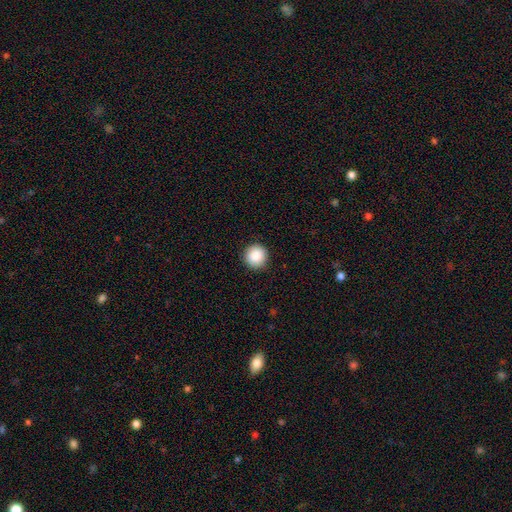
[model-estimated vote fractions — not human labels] A smooth galaxy with no disk features (88%) that is round (95%).

Vote fractions:
- Smooth or featured? smooth: 88% / star or artifact: 8% / featured or disk: 3%
- How rounded? round: 95% / in between: 4% / cigar-shaped: 1%
- Merging? none: 92% / minor disturbance: 5% / major disturbance: 2% / merger: 1%